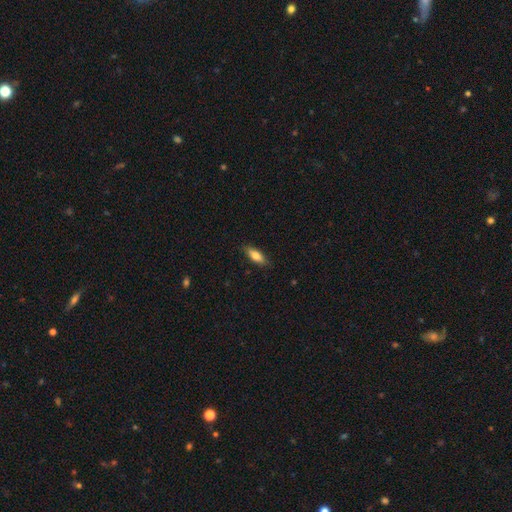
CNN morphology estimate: smooth_or_featured: smooth (p=0.75) [alt: featured or disk p=0.19]
how_rounded: in between (p=0.66) [alt: cigar-shaped p=0.32]
merging: none (p=0.86) [alt: minor disturbance p=0.11]